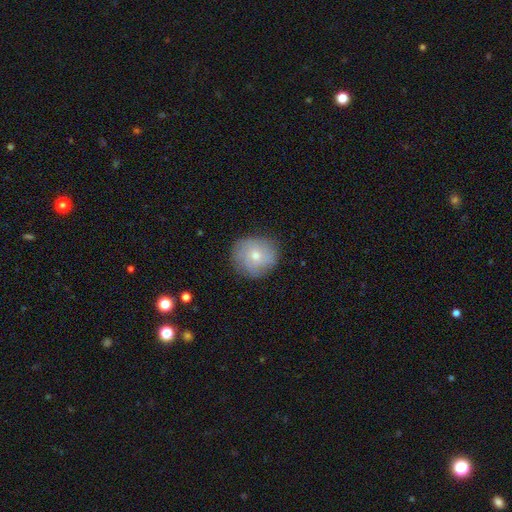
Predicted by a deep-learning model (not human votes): Smooth or featured? Predicted: smooth (p=0.65). How rounded? Predicted: round (p=0.84). Merging? Predicted: none (p=0.78).